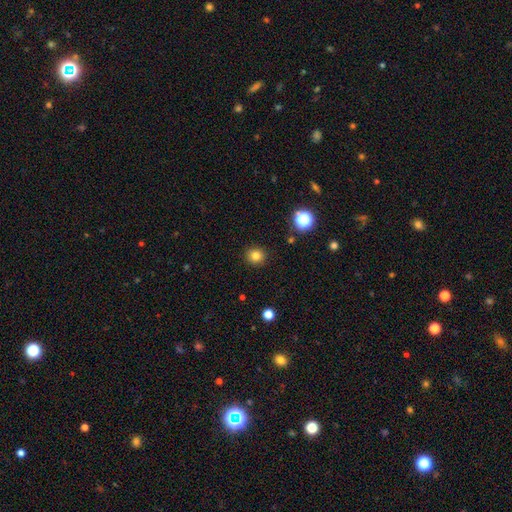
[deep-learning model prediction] This appears to be a smooth galaxy with no disk features (81%) that is round (91%). Merging: none (91%).